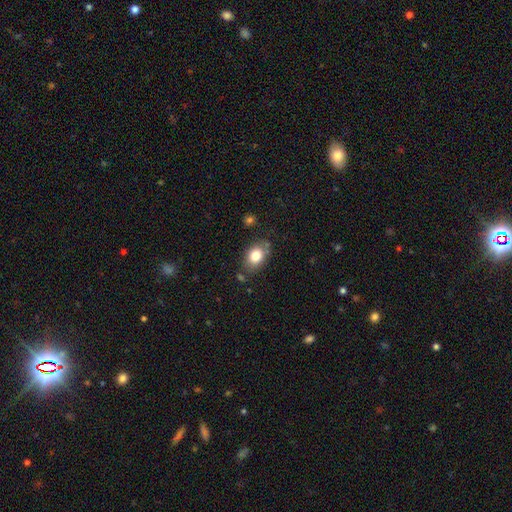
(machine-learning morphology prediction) smooth 81%, featured or disk 10%, star or artifact 9%. Down the decision tree: how rounded — in between (71%); merging — none (74%).